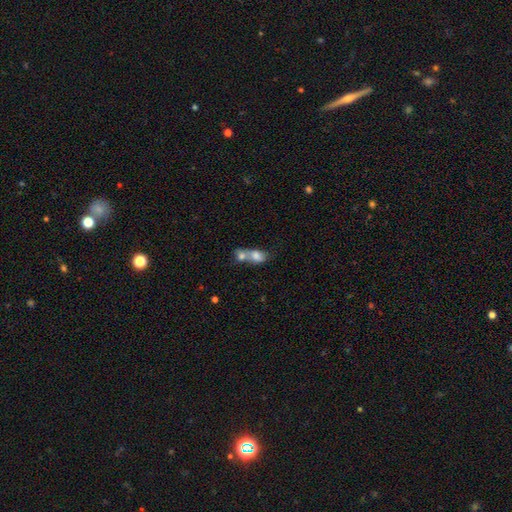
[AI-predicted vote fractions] smooth_or_featured: smooth (p=0.70) [alt: featured or disk p=0.20]
how_rounded: in between (p=0.68) [alt: round p=0.27]
merging: merger (p=0.72) [alt: none p=0.16]